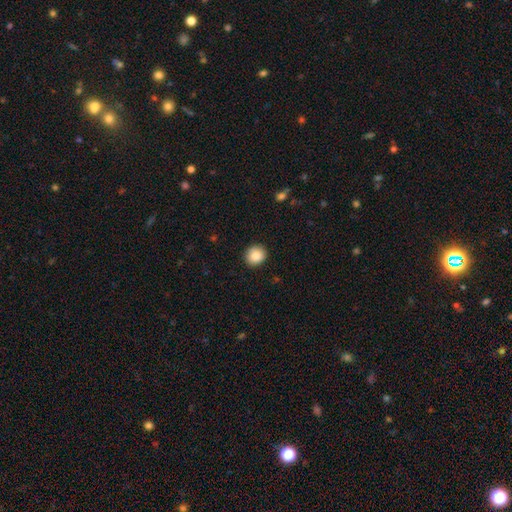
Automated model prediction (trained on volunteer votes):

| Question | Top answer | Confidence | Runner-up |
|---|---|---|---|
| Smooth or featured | smooth | 89% | star or artifact (8%) |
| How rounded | round | 86% | in between (13%) |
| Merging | none | 90% | minor disturbance (7%) |